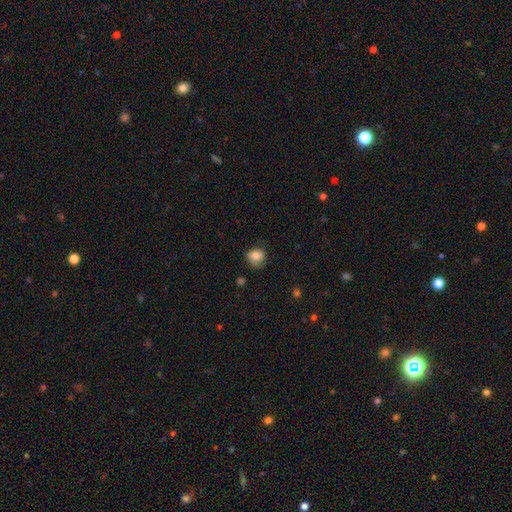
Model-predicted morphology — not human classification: The model was most divided on "merging": none: 67%, minor disturbance: 25%, major disturbance: 6%, merger: 1%. More confident: smooth or featured — smooth (80%); how rounded — round (73%).